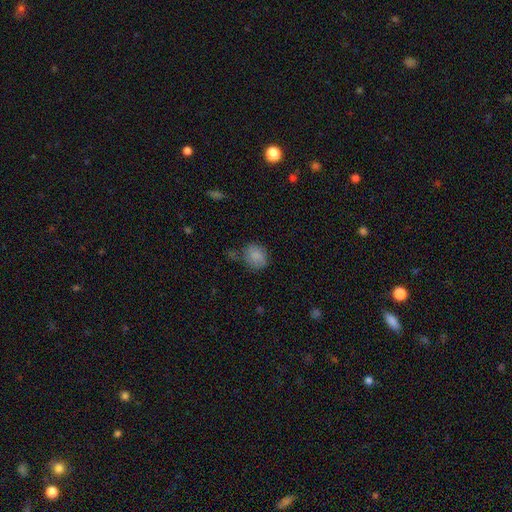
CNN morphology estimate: A smooth galaxy with no disk features (83%) that is round (63%). Merging: none (63%).